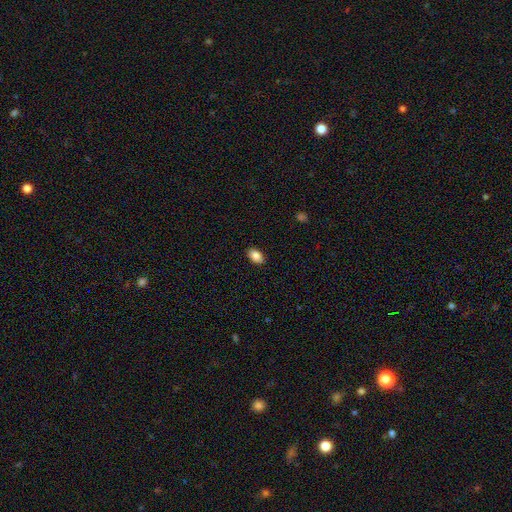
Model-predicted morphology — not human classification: Overall: smooth (87%). How rounded: in between (87%). Merging: none (89%).